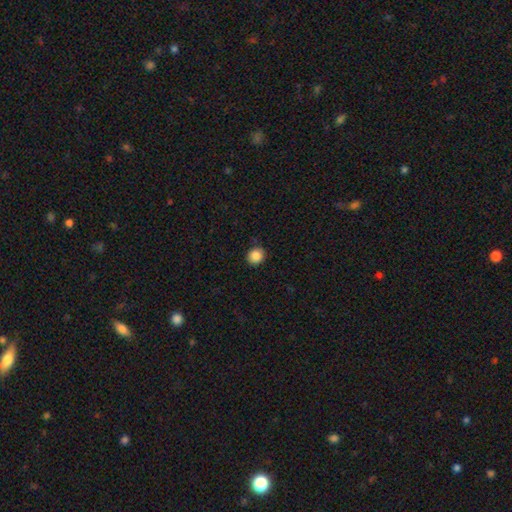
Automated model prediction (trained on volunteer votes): Morphology: type=smooth (86%); roundness=round (83%); merging=none (88%).